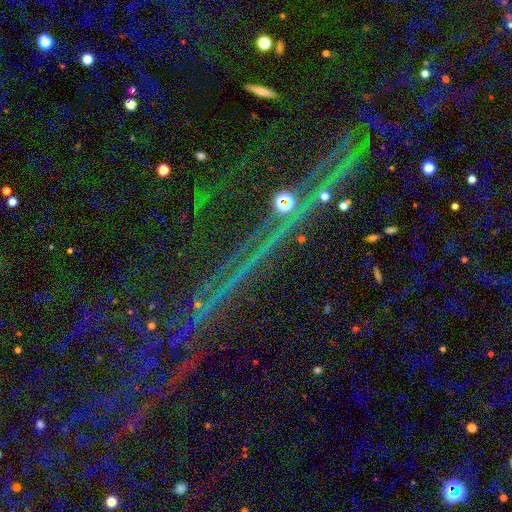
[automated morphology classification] Smooth or featured?
  - star or artifact: 82% *
  - featured or disk: 11%
  - smooth: 7%